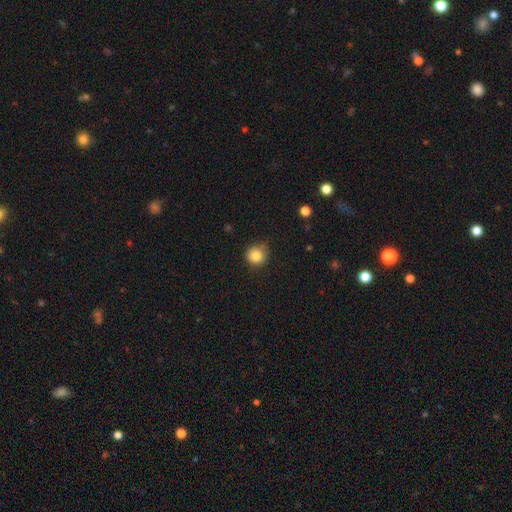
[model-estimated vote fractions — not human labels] The model was most divided on "merging": none: 75%, minor disturbance: 19%, major disturbance: 4%, merger: 2%. More confident: how rounded — round (92%); smooth or featured — smooth (84%).